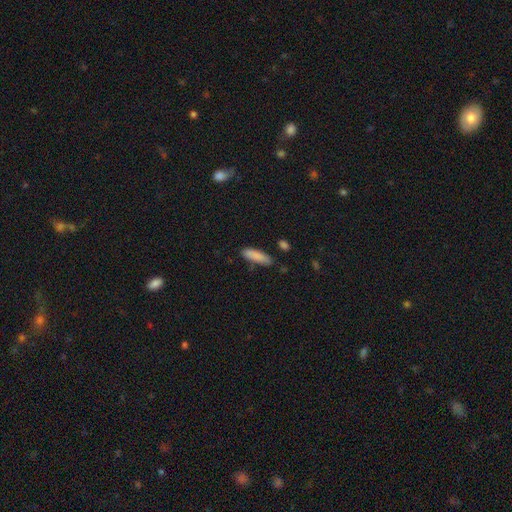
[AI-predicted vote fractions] This is clearly a smooth galaxy (87%). How rounded: possibly cigar-shaped (59%). Merging: likely none (79%).